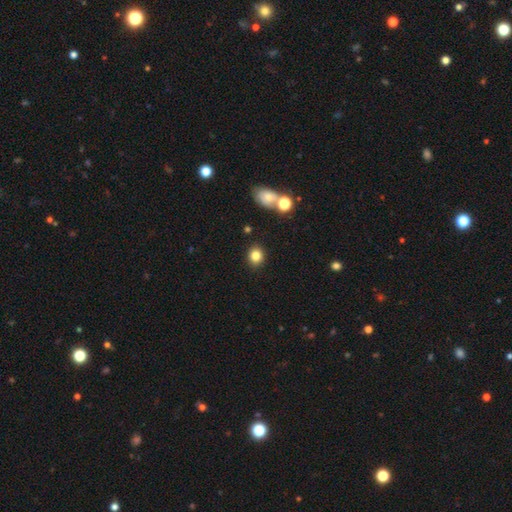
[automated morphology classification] smooth_or_featured: smooth (p=0.83) [alt: star or artifact p=0.11]
how_rounded: round (p=0.75) [alt: in between p=0.24]
merging: none (p=0.87) [alt: minor disturbance p=0.07]